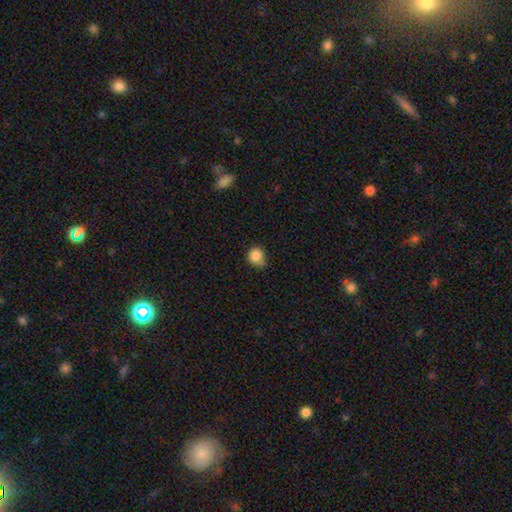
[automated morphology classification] Smooth or featured: smooth — 85% (star or artifact — 10%)
How rounded: round — 85% (in between — 14%)
Merging: none — 55% (minor disturbance — 32%)